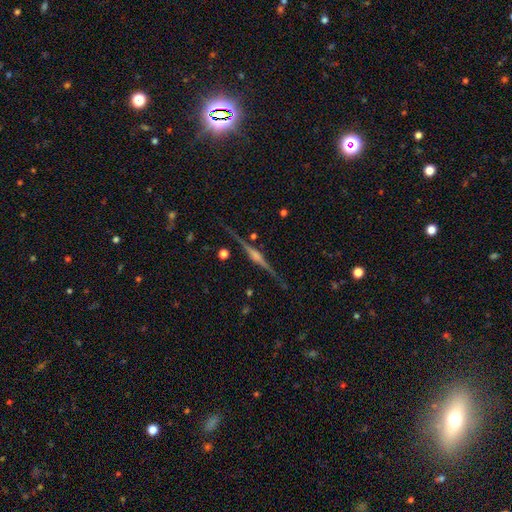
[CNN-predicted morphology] Smooth or featured?
  - featured or disk: 84% *
  - smooth: 9%
  - star or artifact: 7%
Edge-on disk?
  - yes: 98% *
  - no: 2%
Edge-on bulge?
  - rounded: 76% *
  - boxy: 18%
  - none: 7%
Merging?
  - none: 88% *
  - minor disturbance: 9%
  - major disturbance: 2%
  - merger: 2%